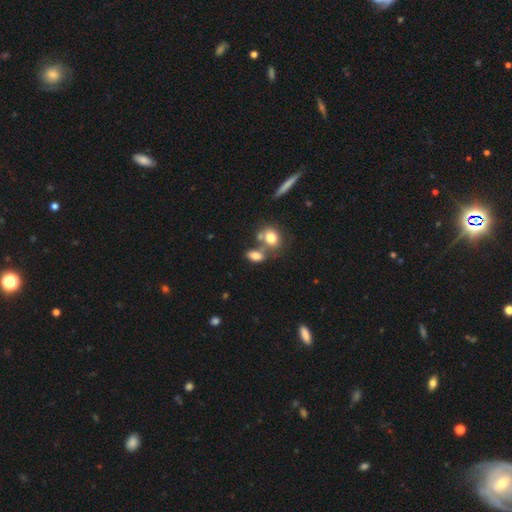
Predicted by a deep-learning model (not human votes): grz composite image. It shows a smooth galaxy with no disk features (76%) that is in between round and cigar-shaped (80%). Merging: none (43%).